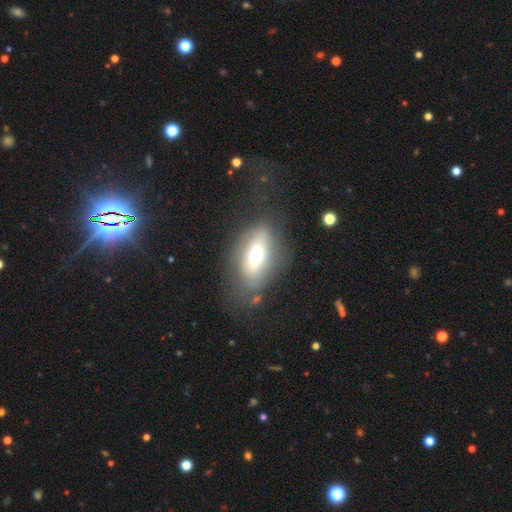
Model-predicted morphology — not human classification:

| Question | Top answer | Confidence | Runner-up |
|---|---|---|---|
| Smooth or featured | smooth | 55% | featured or disk (36%) |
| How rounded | in between | 83% | round (10%) |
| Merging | none | 64% | minor disturbance (19%) |